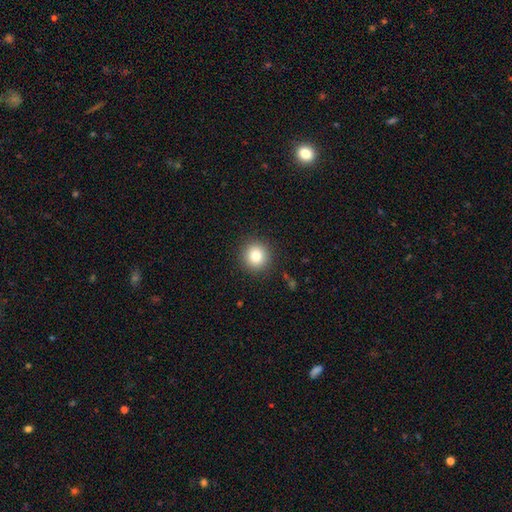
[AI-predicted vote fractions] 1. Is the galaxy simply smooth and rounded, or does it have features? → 83% smooth, 10% star or artifact, 7% featured or disk.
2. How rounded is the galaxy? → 93% round, 6% in between, 1% cigar-shaped.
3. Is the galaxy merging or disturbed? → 91% none, 6% minor disturbance, 2% major disturbance, 1% merger.